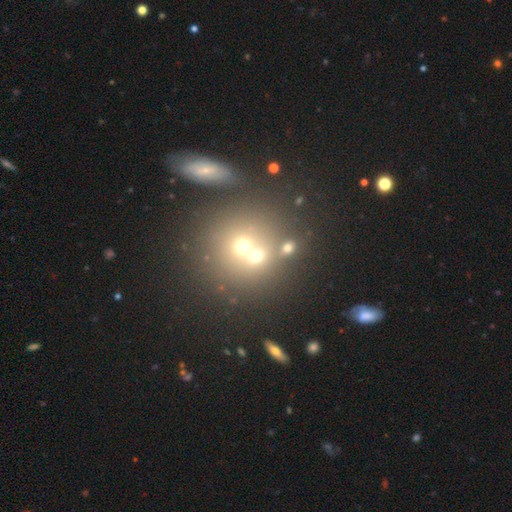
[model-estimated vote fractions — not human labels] Smooth or featured?
  - smooth: 62% *
  - star or artifact: 21%
  - featured or disk: 17%
How rounded?
  - round: 83% *
  - in between: 16%
  - cigar-shaped: 1%
Merging?
  - merger: 47% *
  - none: 42%
  - minor disturbance: 7%
  - major disturbance: 4%